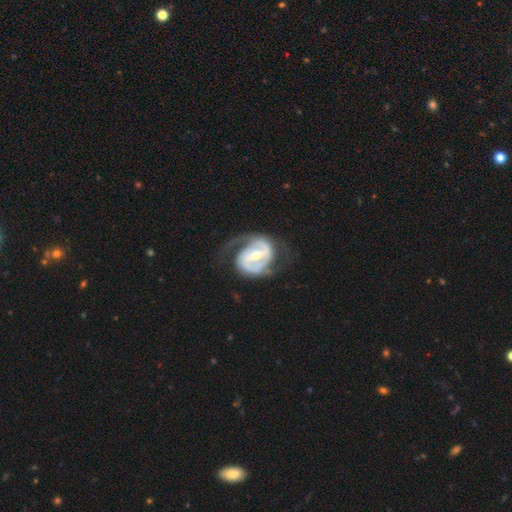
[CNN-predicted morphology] Overall: featured or disk (86%). Edge-on disk: no (97%). Bar: strong (44%; weak 38%). Spiral arms: yes (90%). Spiral arm count: 2 (77%). Spiral winding: medium (44%; tight 31%). Bulge size: moderate (56%; small 39%). Merging: none (54%; major disturbance 25%).